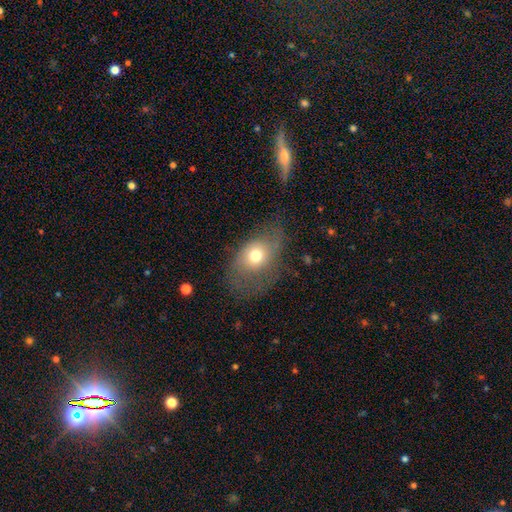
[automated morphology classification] Smooth or featured? Predicted: smooth (p=0.64). How rounded? Predicted: in between (p=0.72). Merging? Predicted: none (p=0.49).